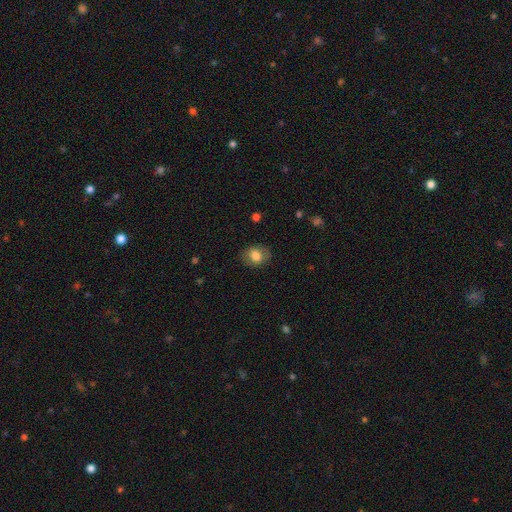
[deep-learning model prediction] Smooth or featured? smooth (78%)
How rounded? in between (54%)
Merging? none (80%)